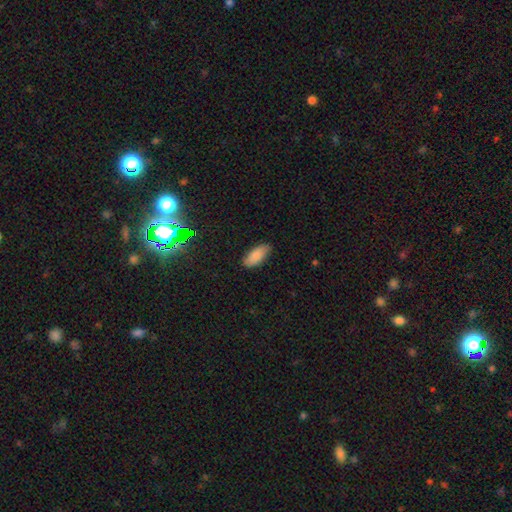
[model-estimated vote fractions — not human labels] smooth 85%, star or artifact 8%, featured or disk 7%. Down the decision tree: how rounded — in between (84%); merging — none (83%).